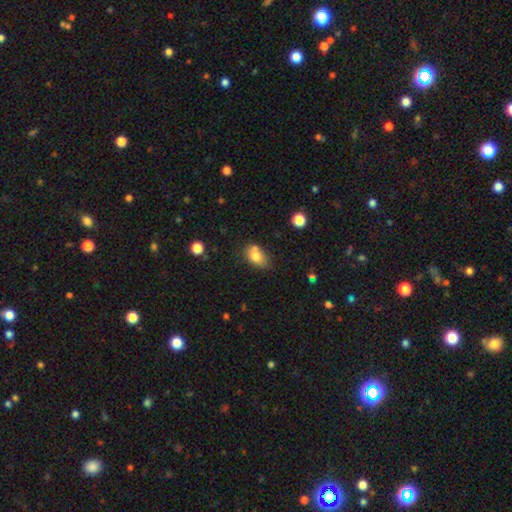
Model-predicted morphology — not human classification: Smooth or featured: smooth — 77% (featured or disk — 14%)
How rounded: in between — 83% (round — 15%)
Merging: none — 53% (merger — 21%)